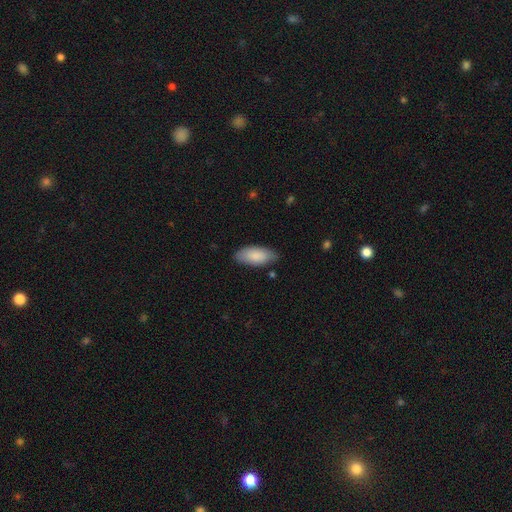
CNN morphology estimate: smooth_or_featured: smooth (p=0.86) [alt: featured or disk p=0.08]
how_rounded: in between (p=0.89) [alt: cigar-shaped p=0.10]
merging: none (p=0.79) [alt: minor disturbance p=0.16]